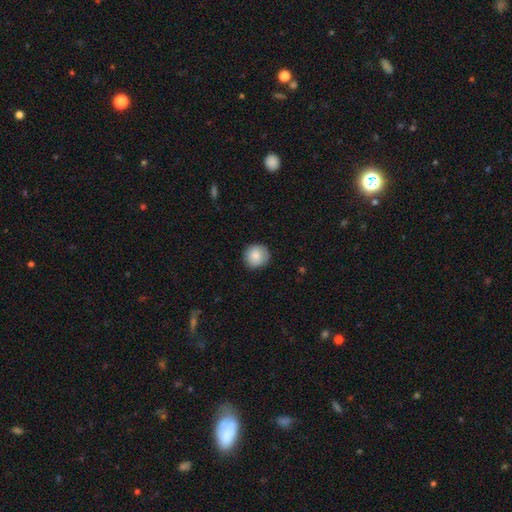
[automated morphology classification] Overall: smooth (86%). How rounded: round (93%). Merging: none (87%).